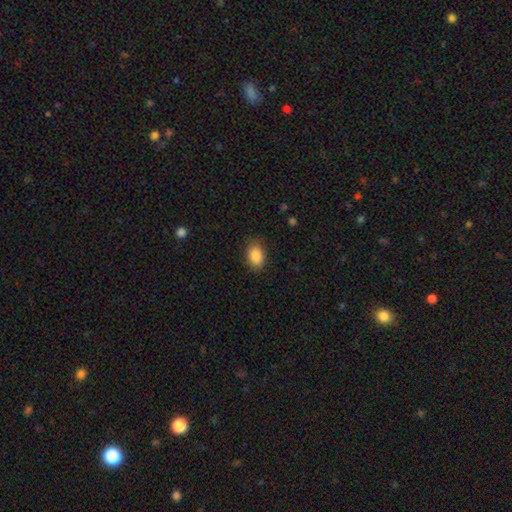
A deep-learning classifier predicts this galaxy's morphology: A smooth galaxy with no disk features (87%) that is in between round and cigar-shaped (85%).

Vote fractions:
- Smooth or featured? smooth: 87% / star or artifact: 8% / featured or disk: 5%
- How rounded? in between: 85% / round: 14% / cigar-shaped: 1%
- Merging? none: 85% / minor disturbance: 11% / major disturbance: 3% / merger: 1%